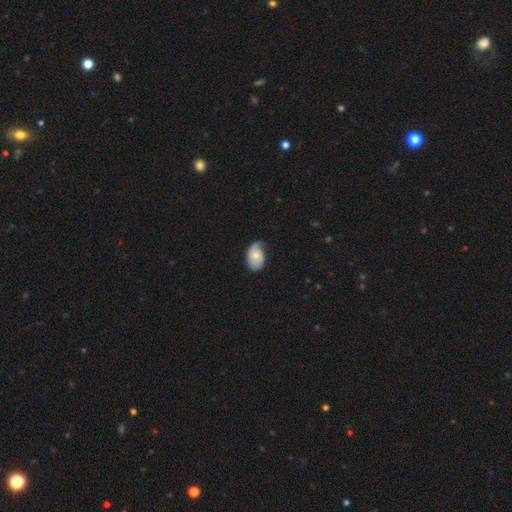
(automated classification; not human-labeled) smooth_or_featured: smooth (p=0.57) [alt: featured or disk p=0.37]
how_rounded: in between (p=0.87) [alt: round p=0.12]
merging: none (p=0.43) [alt: minor disturbance p=0.40]